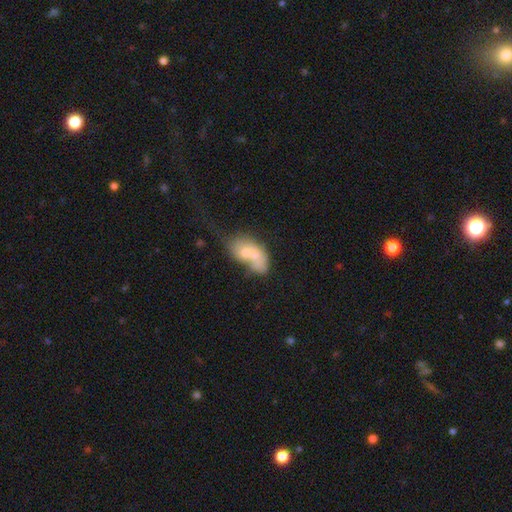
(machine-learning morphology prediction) smooth 60%, featured or disk 32%, star or artifact 8%. Down the decision tree: how rounded — in between (81%); merging — merger (70%).